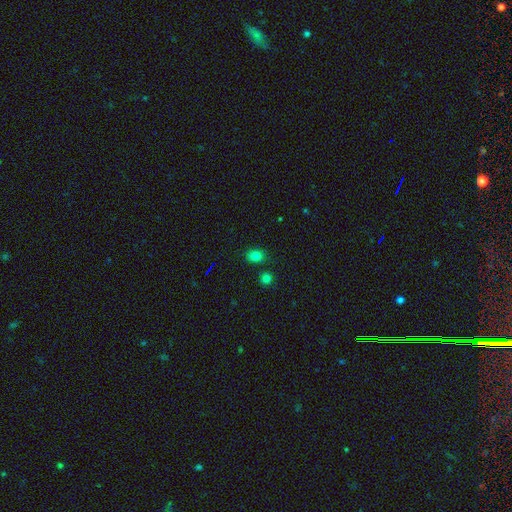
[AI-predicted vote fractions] Smooth or featured?
  - smooth: 79% *
  - star or artifact: 15%
  - featured or disk: 6%
How rounded?
  - in between: 50% *
  - round: 49%
  - cigar-shaped: 1%
Merging?
  - none: 80% *
  - minor disturbance: 12%
  - merger: 5%
  - major disturbance: 3%